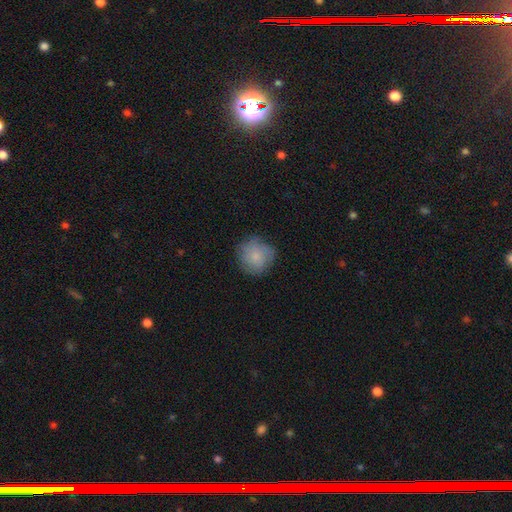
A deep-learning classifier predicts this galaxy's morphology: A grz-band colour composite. It shows a smooth galaxy with no disk features (77%) that is round (90%). Merging: none (73%).